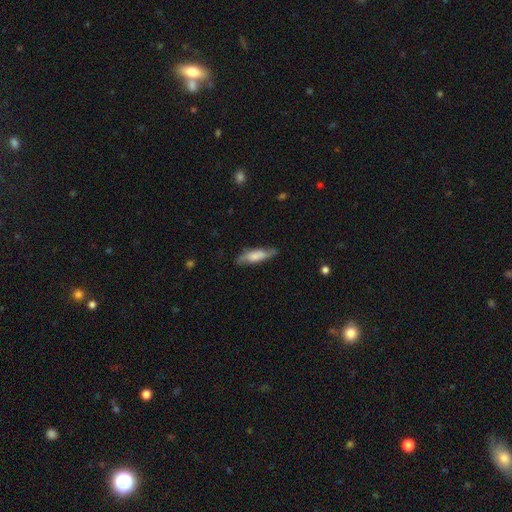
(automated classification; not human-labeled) Morphology: type=smooth (61%); roundness=cigar-shaped (63%); merging=none (74%).